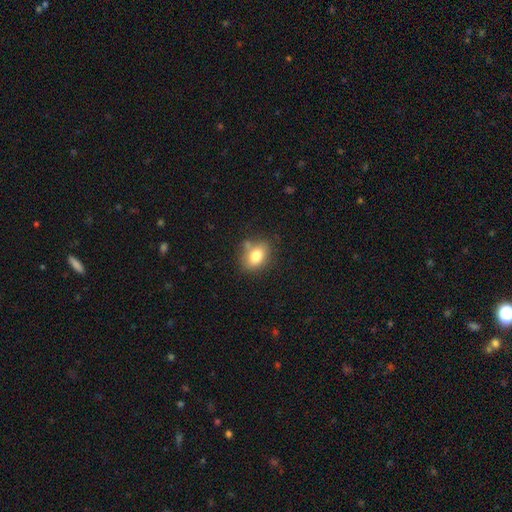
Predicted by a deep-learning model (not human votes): smooth-or-featured: smooth: 79% | featured or disk: 11% | star or artifact: 10%
  how-rounded: in between: 70% | round: 28% | cigar-shaped: 1%
  merging: none: 69% | minor disturbance: 18% | merger: 8% | major disturbance: 5%